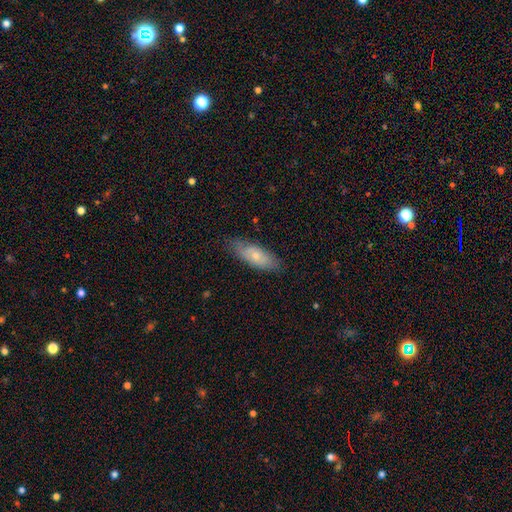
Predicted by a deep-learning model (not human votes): This is likely a smooth galaxy (61%). How rounded: likely in between (73%). Merging: likely none (75%).